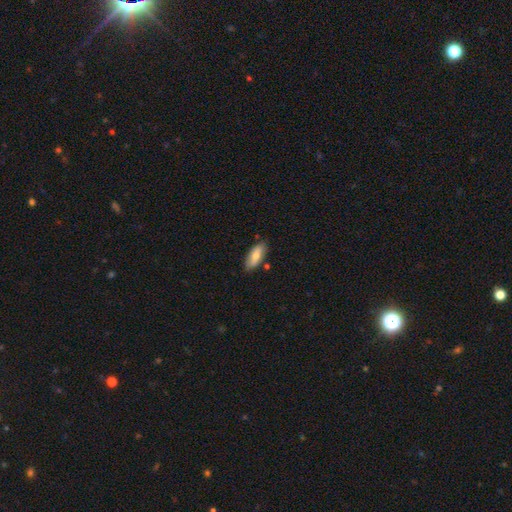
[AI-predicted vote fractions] Smooth or featured: smooth — 74% (featured or disk — 20%)
How rounded: in between — 80% (cigar-shaped — 18%)
Merging: none — 79% (minor disturbance — 14%)